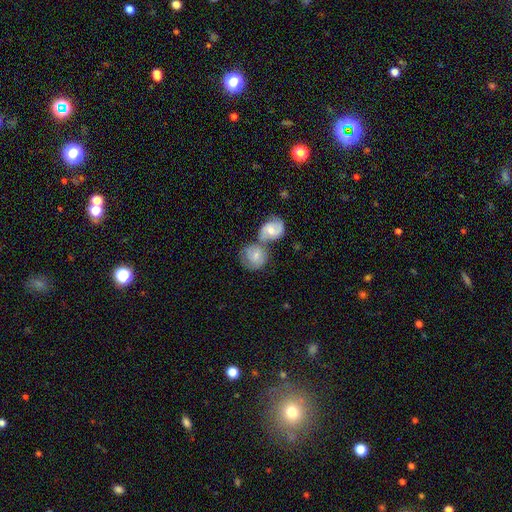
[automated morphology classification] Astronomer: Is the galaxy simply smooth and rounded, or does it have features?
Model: smooth — 57% (runner-up: featured or disk, 36%).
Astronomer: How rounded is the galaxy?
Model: round — 74%.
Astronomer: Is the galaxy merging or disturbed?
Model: merger — 56%.